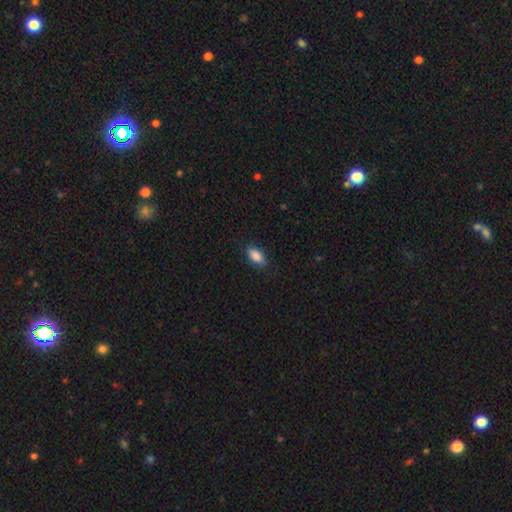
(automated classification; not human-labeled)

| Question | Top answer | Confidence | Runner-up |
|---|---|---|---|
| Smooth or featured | smooth | 89% | star or artifact (7%) |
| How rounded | in between | 91% | cigar-shaped (5%) |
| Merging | none | 85% | minor disturbance (11%) |